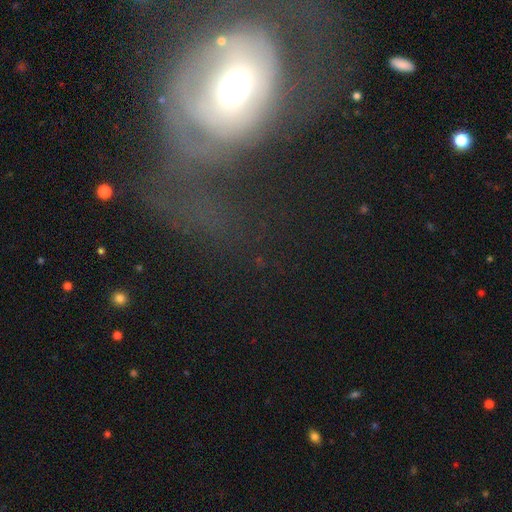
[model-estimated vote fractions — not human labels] Smooth or featured: featured or disk — 51% (smooth — 28%)
Edge-on disk: no — 90% (yes — 10%)
Merging: major disturbance — 40% (none — 39%)